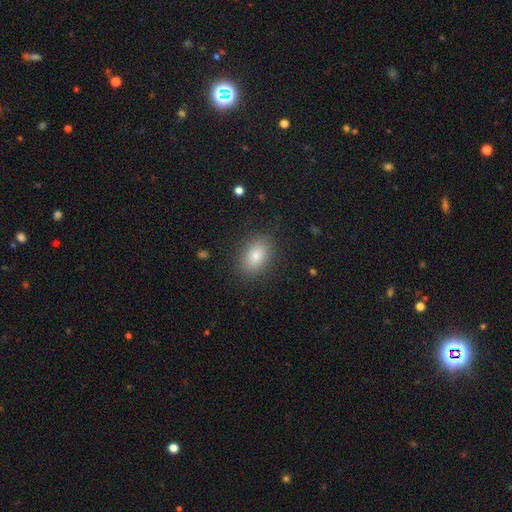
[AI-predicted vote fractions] smooth-or-featured: smooth: 81% | star or artifact: 10% | featured or disk: 9%
  how-rounded: in between: 85% | round: 13% | cigar-shaped: 2%
  merging: none: 87% | minor disturbance: 9% | major disturbance: 3% | merger: 1%